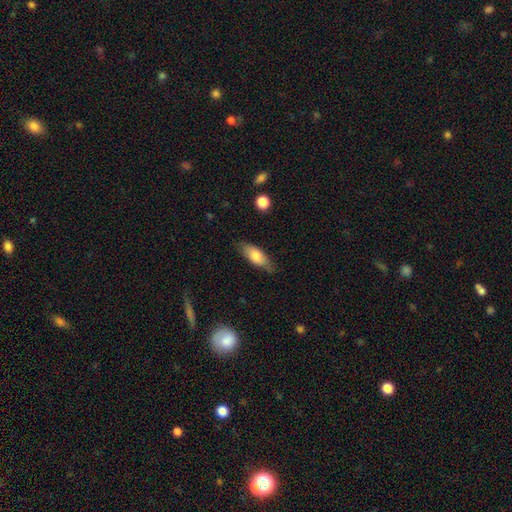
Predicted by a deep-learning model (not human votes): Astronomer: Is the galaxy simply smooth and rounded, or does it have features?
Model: smooth — 74%.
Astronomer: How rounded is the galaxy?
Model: in between — 77%.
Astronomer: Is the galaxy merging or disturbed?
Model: none — 74%.